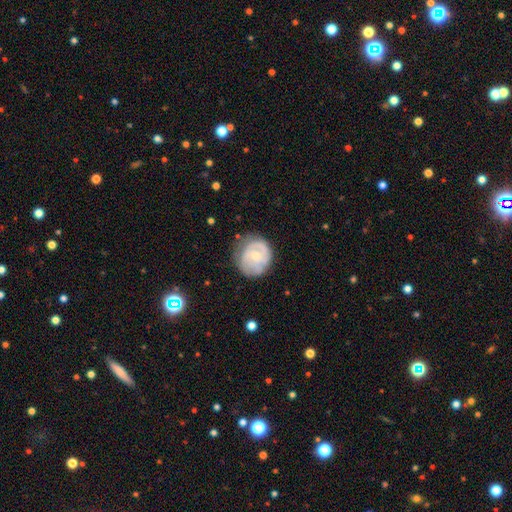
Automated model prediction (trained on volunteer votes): Overall: featured or disk (58%; smooth 36%). Edge-on disk: no (98%). Bar: no (69%). Spiral arms: yes (73%). Bulge size: small (64%; moderate 29%). Merging: none (65%).